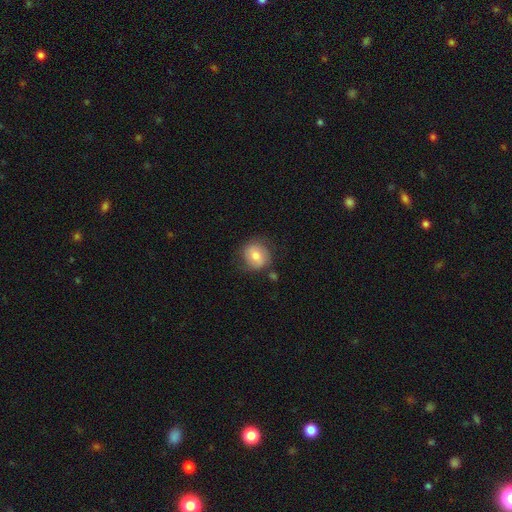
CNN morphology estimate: smooth 73%, featured or disk 19%, star or artifact 8%. Down the decision tree: how rounded — round (78%); merging — none (71%).